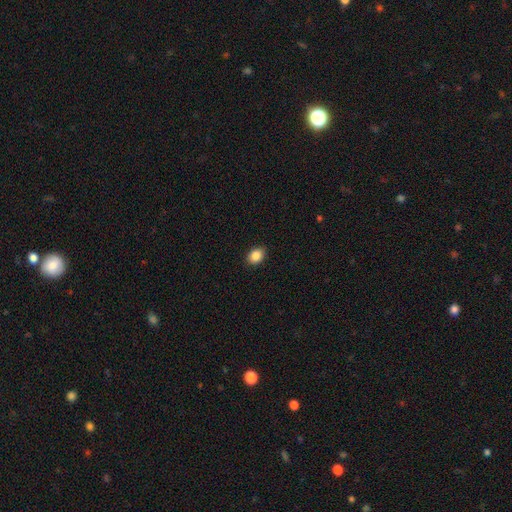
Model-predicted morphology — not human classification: This appears to be a smooth galaxy with no disk features (88%) that is in between round and cigar-shaped (65%). Merging: none (90%).